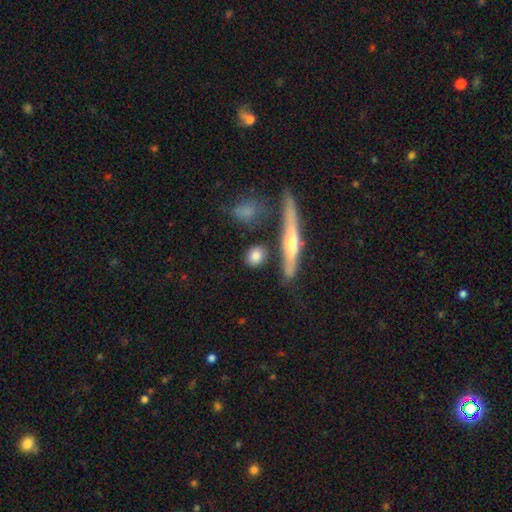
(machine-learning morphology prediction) The model was most divided on "how rounded": round: 58%, in between: 28%, cigar-shaped: 14%. More confident: merging — none (80%); smooth or featured — smooth (78%).